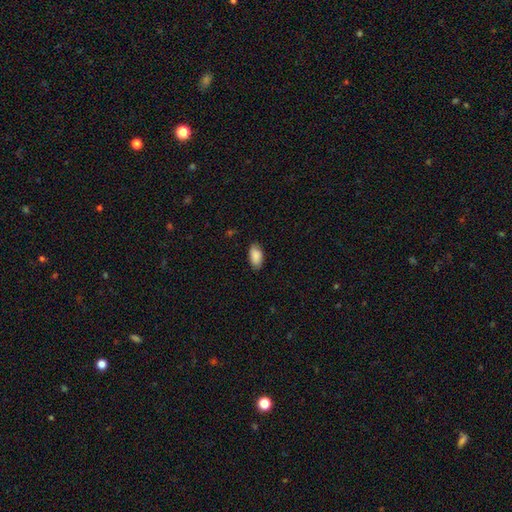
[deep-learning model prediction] A smooth galaxy with no disk features (88%) that is in between round and cigar-shaped (94%). Merging: none (82%).